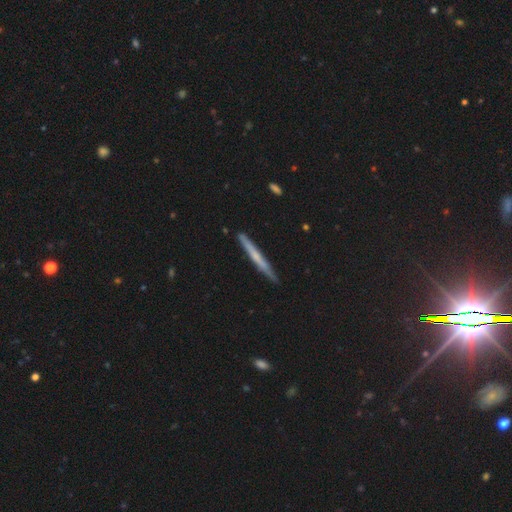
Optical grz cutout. It shows a featured or disk galaxy (54%) viewed edge-on (95%) with no central bulge (60%). Merging: none (95%).